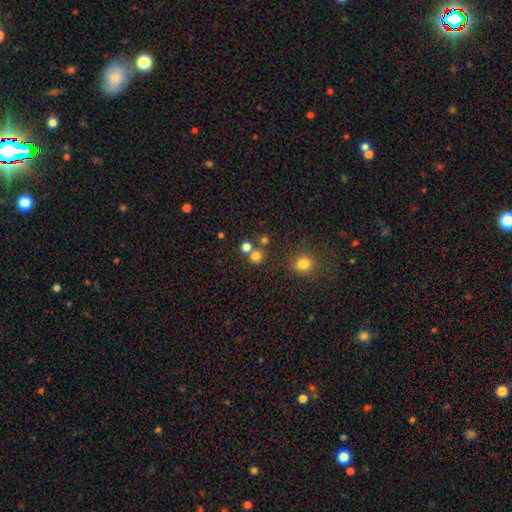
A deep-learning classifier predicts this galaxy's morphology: Smooth or featured? smooth (75%)
How rounded? round (90%)
Merging? none (67%)